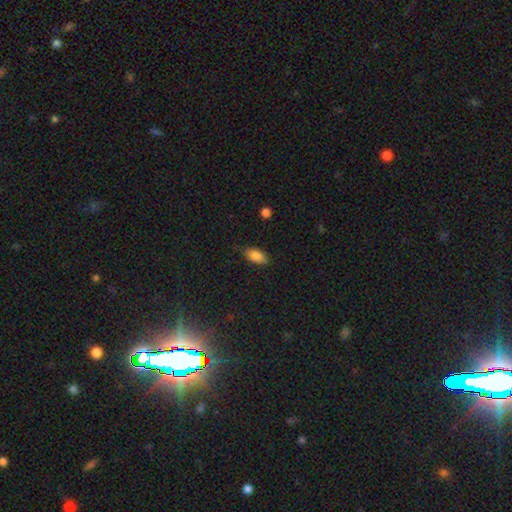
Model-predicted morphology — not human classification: smooth 85%, star or artifact 8%, featured or disk 7%. Down the decision tree: how rounded — in between (89%); merging — none (79%).